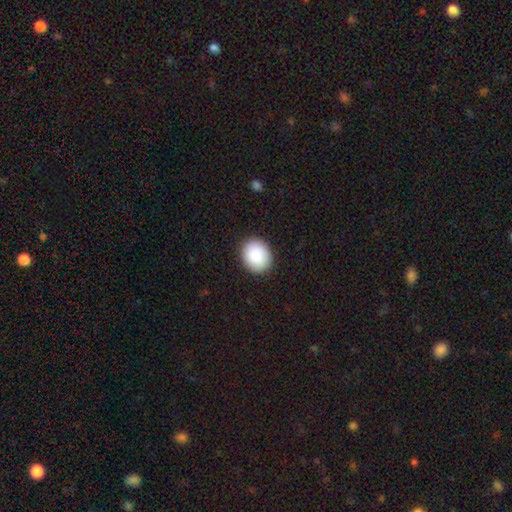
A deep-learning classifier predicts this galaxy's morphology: This is clearly a smooth galaxy (90%). How rounded: likely round (60%). Merging: clearly none (89%).